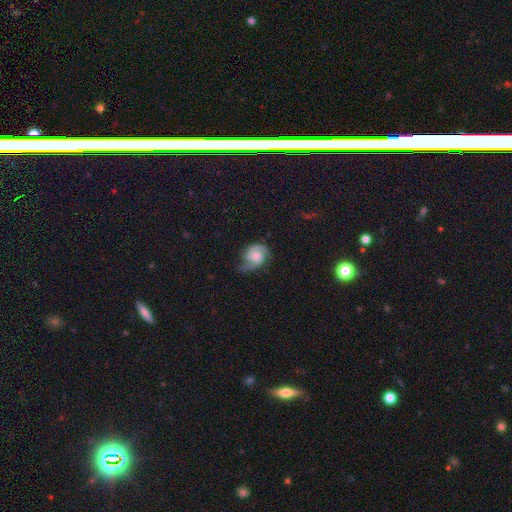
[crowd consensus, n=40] Smooth or featured?
  - featured or disk: 68% *
  - smooth: 22%
  - star or artifact: 10%
Edge-on disk?
  - no: 100% *
  - yes: 0%
Bar?
  - no: 85% *
  - weak: 11%
  - strong: 4%
Spiral arms?
  - yes: 96% *
  - no: 4%
Spiral winding?
  - tight: 50% *
  - medium: 35%
  - loose: 15%
Spiral arm count?
  - 2: 73% *
  - 1: 19%
  - can't tell: 8%
  - 3: 0%
  - 4: 0%
  - more than 4: 0%
Bulge size?
  - moderate: 56% *
  - large: 22%
  - small: 15%
  - none: 7%
  - dominant: 0%
Merging?
  - minor disturbance: 39% *
  - none: 28%
  - major disturbance: 28%
  - merger: 6%